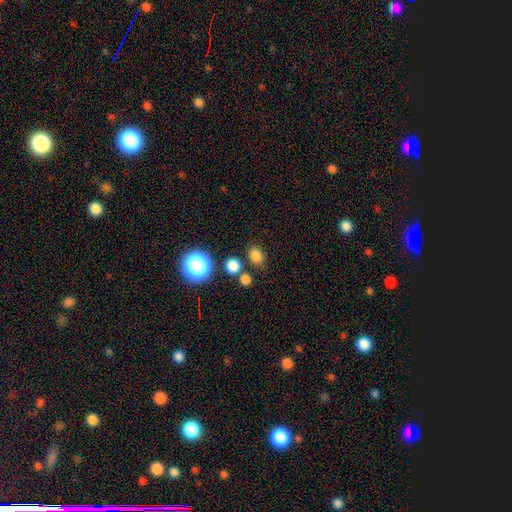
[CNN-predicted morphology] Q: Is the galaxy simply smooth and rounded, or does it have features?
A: smooth — 79%.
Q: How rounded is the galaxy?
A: in between — 50%.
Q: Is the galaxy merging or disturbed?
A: none — 76%.